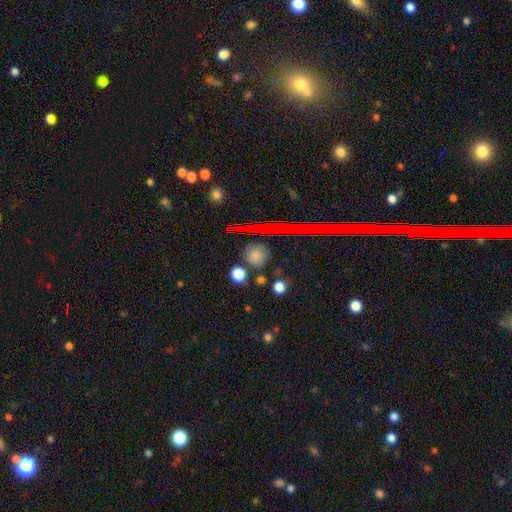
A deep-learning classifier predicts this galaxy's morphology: A smooth galaxy with no disk features (73%) that is round (86%). Merging: none (80%).